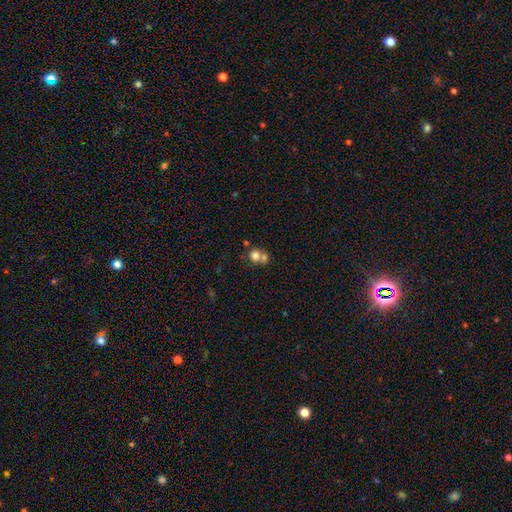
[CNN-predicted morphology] Overall: smooth (74%). How rounded: round (82%). Merging: merger (53%; none 36%).